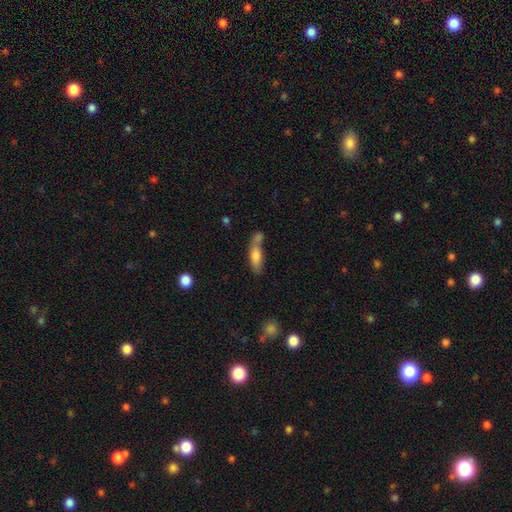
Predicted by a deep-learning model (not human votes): Smooth or featured? Predicted: smooth (p=0.75). How rounded? Predicted: in between (p=0.58). Merging? Predicted: merger (p=0.41).